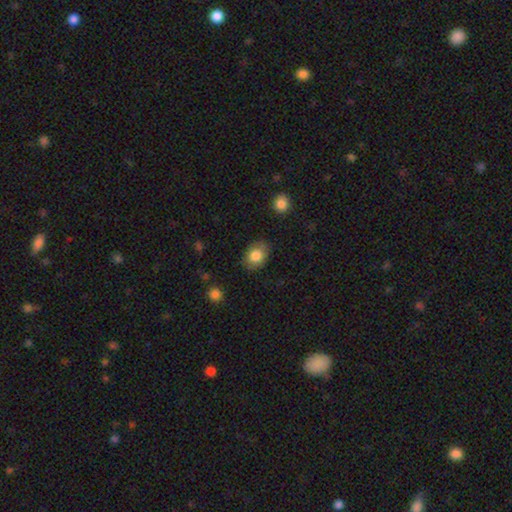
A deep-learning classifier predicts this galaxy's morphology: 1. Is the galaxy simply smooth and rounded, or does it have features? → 82% smooth, 10% featured or disk, 8% star or artifact.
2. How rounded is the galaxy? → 68% in between, 31% round, 1% cigar-shaped.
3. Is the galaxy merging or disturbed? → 80% none, 15% minor disturbance, 3% major disturbance, 1% merger.